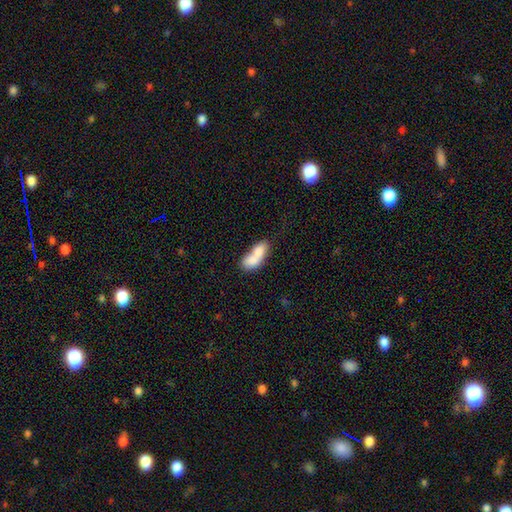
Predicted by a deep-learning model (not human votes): smooth 73%, featured or disk 20%, star or artifact 7%. Down the decision tree: how rounded — in between (79%); merging — merger (68%).